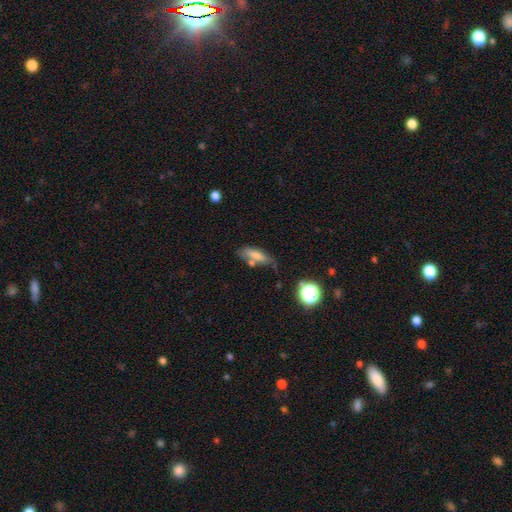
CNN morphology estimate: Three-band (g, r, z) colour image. It shows a smooth galaxy with no disk features (68%) that is in between round and cigar-shaped (54%). Merging: none (54%).